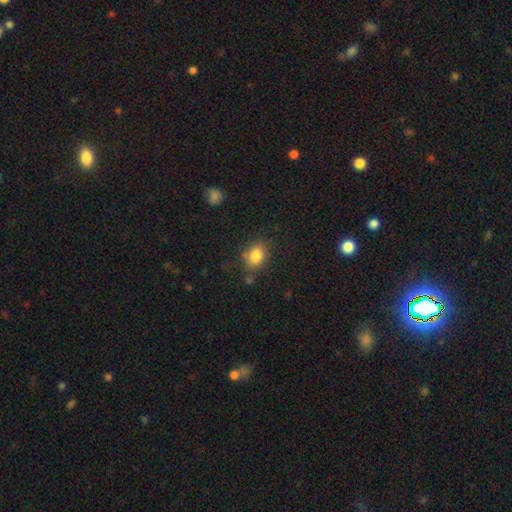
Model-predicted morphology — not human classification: Smooth or featured: smooth — 84% (star or artifact — 10%)
How rounded: in between — 62% (round — 37%)
Merging: none — 74% (minor disturbance — 17%)